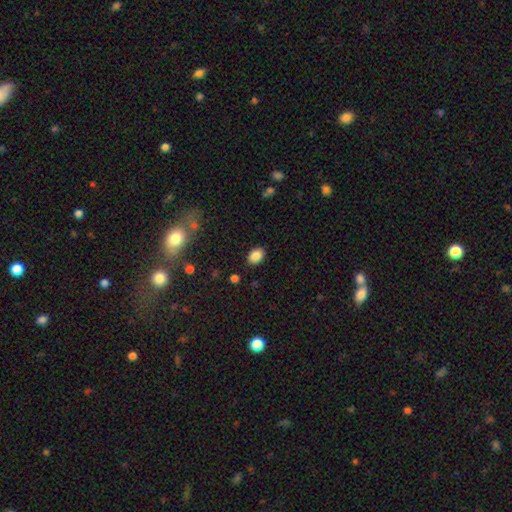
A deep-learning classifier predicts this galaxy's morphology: smooth_or_featured: smooth (p=0.87) [alt: star or artifact p=0.09]
how_rounded: in between (p=0.82) [alt: round p=0.17]
merging: none (p=0.87) [alt: minor disturbance p=0.09]